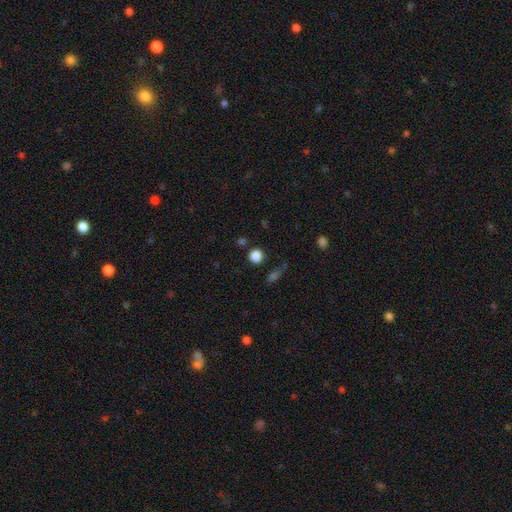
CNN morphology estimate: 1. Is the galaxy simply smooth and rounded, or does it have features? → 85% smooth, 11% star or artifact, 4% featured or disk.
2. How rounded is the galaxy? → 92% round, 7% in between, 1% cigar-shaped.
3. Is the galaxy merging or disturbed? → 86% none, 8% minor disturbance, 4% merger, 3% major disturbance.